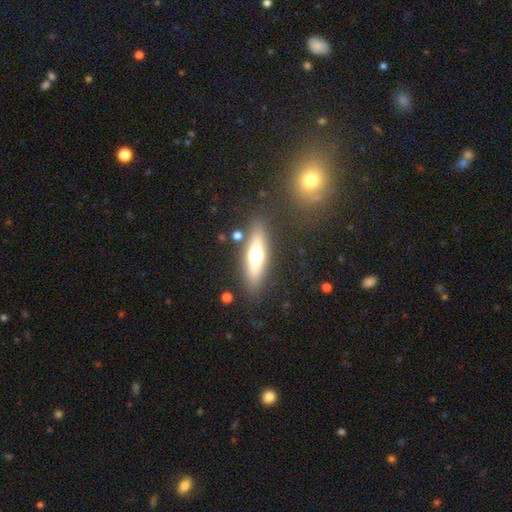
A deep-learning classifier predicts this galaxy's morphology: type=featured or disk (49%); merging=none (84%).